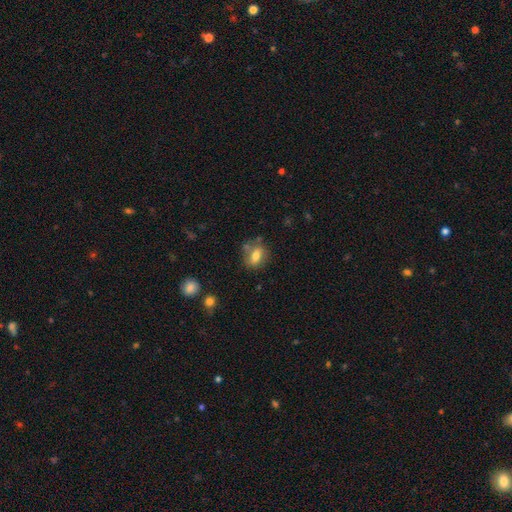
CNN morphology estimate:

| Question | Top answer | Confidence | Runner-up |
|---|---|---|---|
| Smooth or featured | smooth | 71% | featured or disk (20%) |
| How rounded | in between | 65% | round (31%) |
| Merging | none | 69% | minor disturbance (17%) |